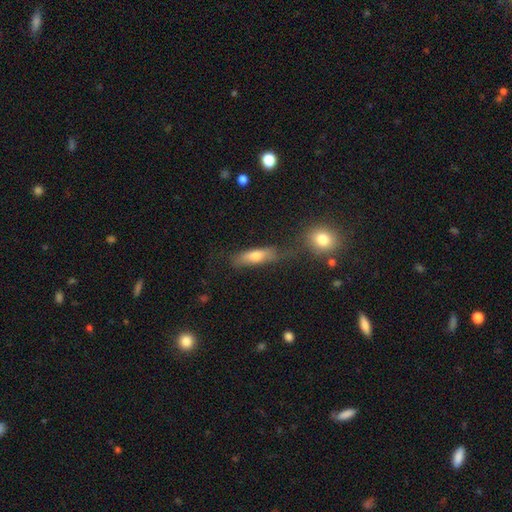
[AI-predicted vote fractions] Q: Smooth or featured?
A: smooth (66%); runner-up: featured or disk (25%)
Q: How rounded?
A: in between (48%); tied with: cigar-shaped (48%)
Q: Merging?
A: none (58%); runner-up: minor disturbance (20%)